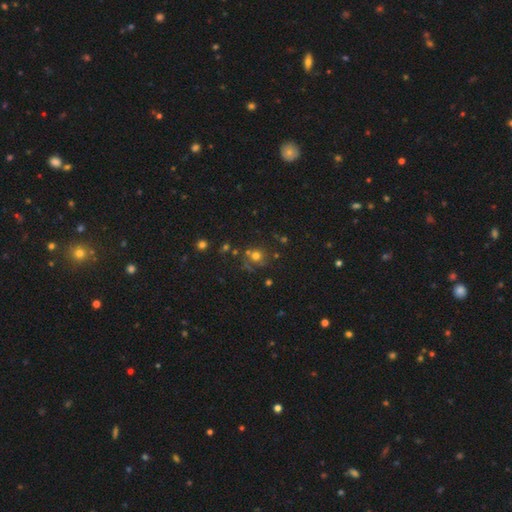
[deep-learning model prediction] A smooth galaxy with no disk features (62%) that is round (85%).

Vote fractions:
- Smooth or featured? smooth: 62% / star or artifact: 24% / featured or disk: 14%
- How rounded? round: 85% / in between: 14% / cigar-shaped: 1%
- Merging? none: 64% / merger: 14% / minor disturbance: 14% / major disturbance: 8%